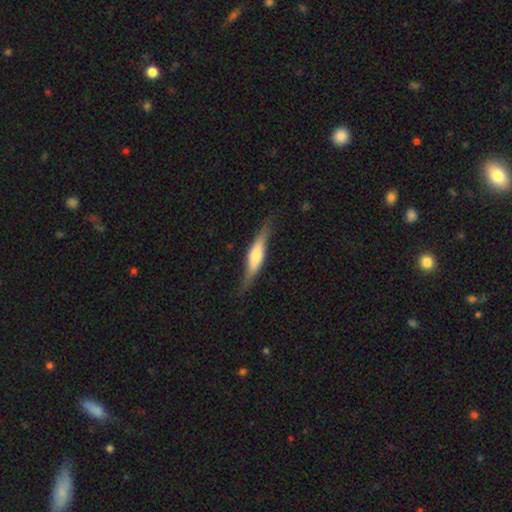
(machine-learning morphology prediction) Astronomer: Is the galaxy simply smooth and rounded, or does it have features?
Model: featured or disk — 54% (runner-up: smooth, 41%).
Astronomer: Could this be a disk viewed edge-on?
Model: yes — 88%.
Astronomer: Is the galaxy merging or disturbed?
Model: none — 78%.